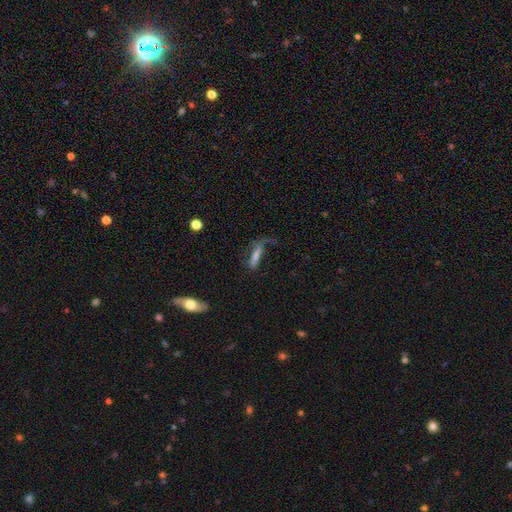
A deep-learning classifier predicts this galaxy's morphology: This appears to be a smooth galaxy with no disk features (56%) that is cigar-shaped (76%). Merging: none (44%).